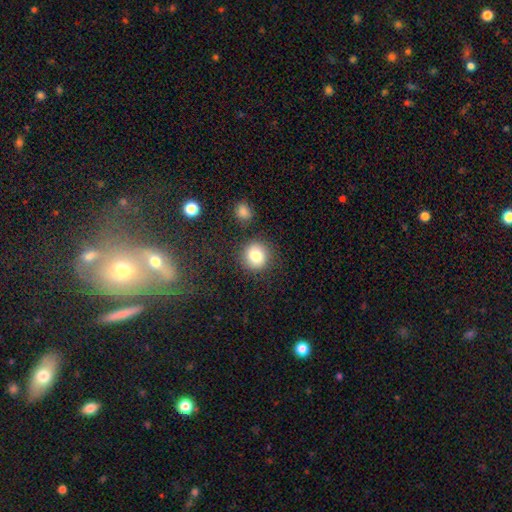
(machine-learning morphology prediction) A smooth galaxy with no disk features (81%) that is round (91%). Merging: none (85%).